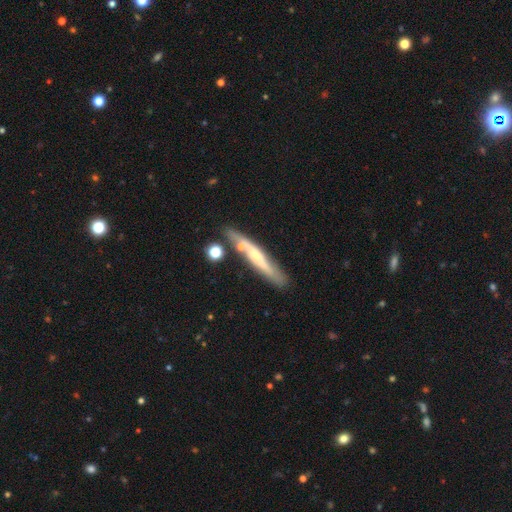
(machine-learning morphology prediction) smooth-or-featured: featured or disk: 56% | smooth: 37% | star or artifact: 7%
  disk-edge-on: yes: 83% | no: 17%
  merging: none: 73% | minor disturbance: 14% | merger: 9% | major disturbance: 3%